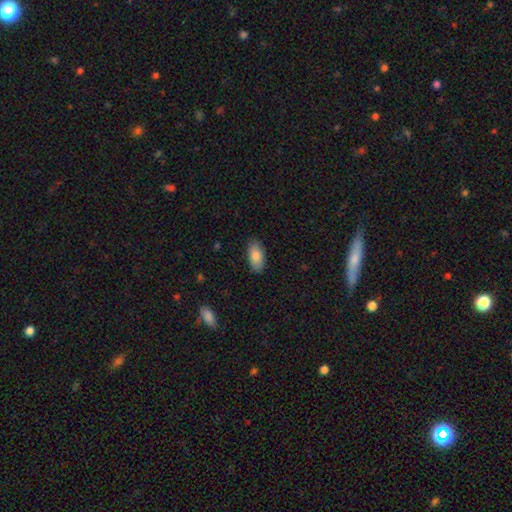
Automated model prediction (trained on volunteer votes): smooth_or_featured: smooth (p=0.84) [alt: featured or disk p=0.10]
how_rounded: in between (p=0.92) [alt: cigar-shaped p=0.06]
merging: none (p=0.87) [alt: minor disturbance p=0.10]